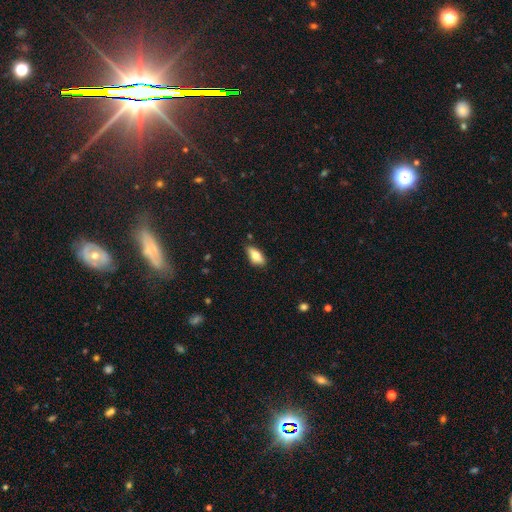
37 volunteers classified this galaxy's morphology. Smooth or featured? 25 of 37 (68%) said smooth. How rounded? 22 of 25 (88%) said in between. Merging? 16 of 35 (46%) said minor disturbance.